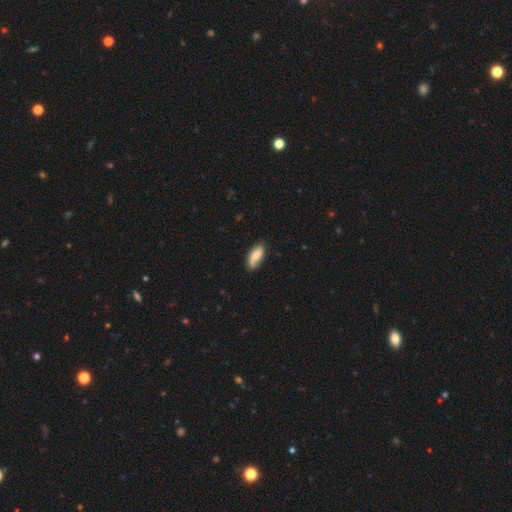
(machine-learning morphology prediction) Overall: smooth (72%). How rounded: in between (87%). Merging: none (71%).